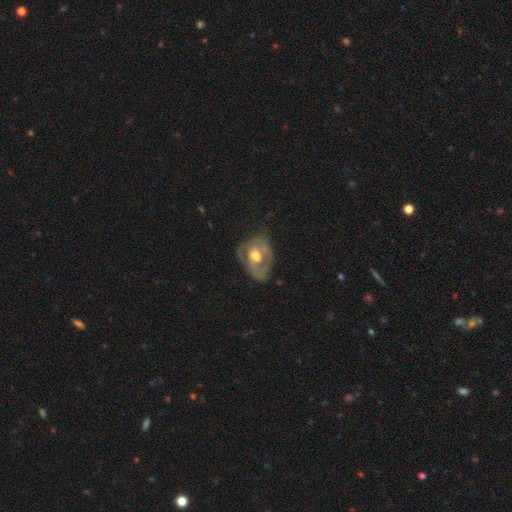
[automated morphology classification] Overall: featured or disk (64%; smooth 30%). Edge-on disk: no (95%). Bar: no (76%). Spiral arms: no (53%; yes 47%). Bulge size: moderate (66%). Merging: none (45%; minor disturbance 30%).